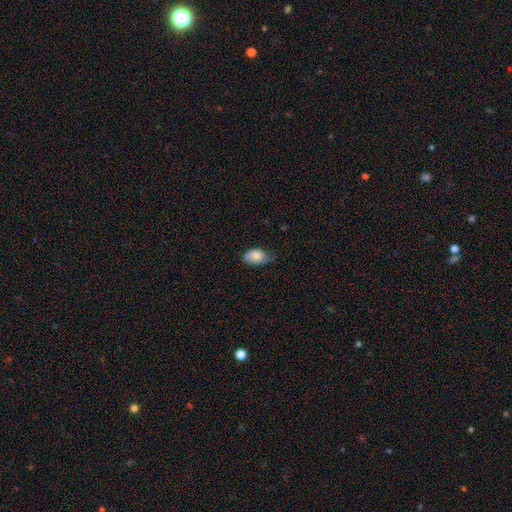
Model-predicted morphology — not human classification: smooth-or-featured: smooth: 84% | featured or disk: 9% | star or artifact: 7%
  how-rounded: in between: 92% | round: 7% | cigar-shaped: 2%
  merging: none: 56% | minor disturbance: 35% | major disturbance: 7% | merger: 1%